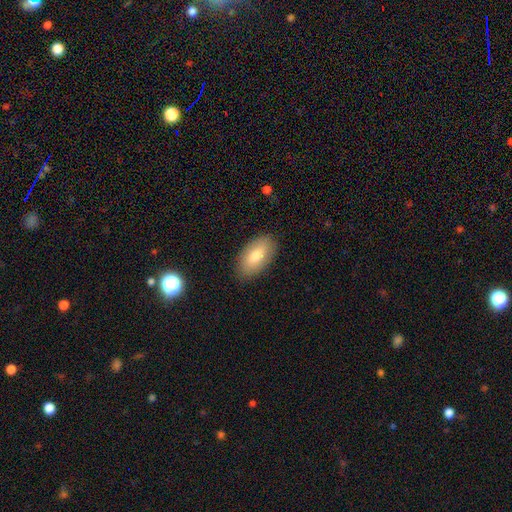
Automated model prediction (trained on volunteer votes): smooth 74%, featured or disk 18%, star or artifact 7%. Down the decision tree: how rounded — in between (93%); merging — none (86%).